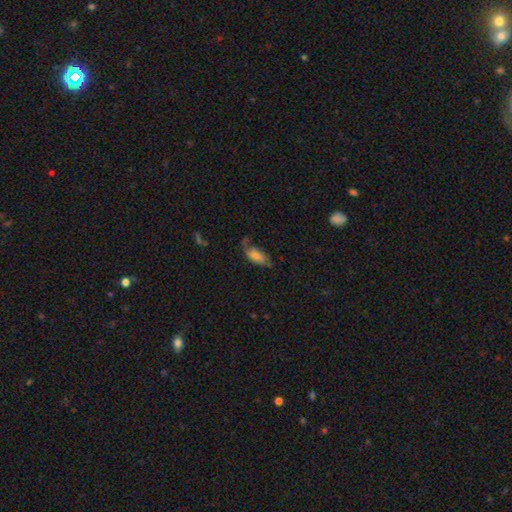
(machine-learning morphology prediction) A smooth galaxy with no disk features (68%) that is in between round and cigar-shaped (87%).

Vote fractions:
- Smooth or featured? smooth: 68% / featured or disk: 25% / star or artifact: 8%
- How rounded? in between: 87% / cigar-shaped: 10% / round: 3%
- Merging? none: 48% / minor disturbance: 32% / major disturbance: 15% / merger: 5%